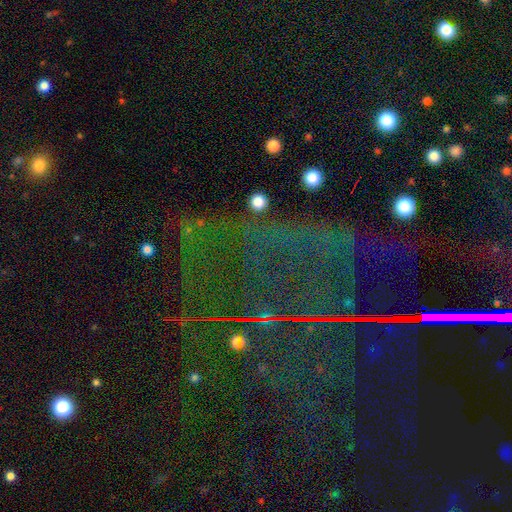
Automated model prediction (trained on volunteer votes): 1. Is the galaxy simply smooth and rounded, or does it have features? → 81% star or artifact, 10% smooth, 10% featured or disk.